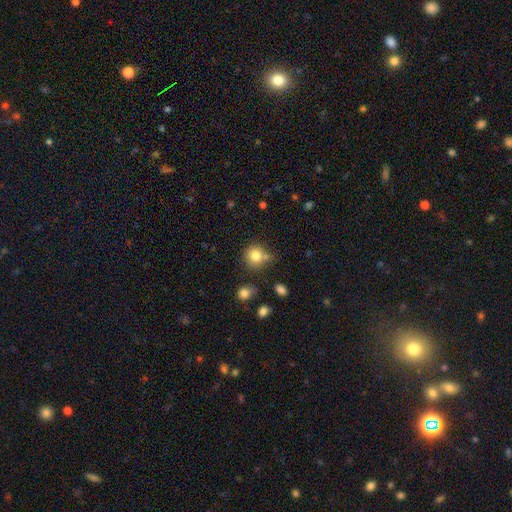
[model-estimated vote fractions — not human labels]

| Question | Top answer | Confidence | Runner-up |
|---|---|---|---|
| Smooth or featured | smooth | 81% | star or artifact (11%) |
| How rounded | round | 86% | in between (13%) |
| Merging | none | 64% | minor disturbance (18%) |